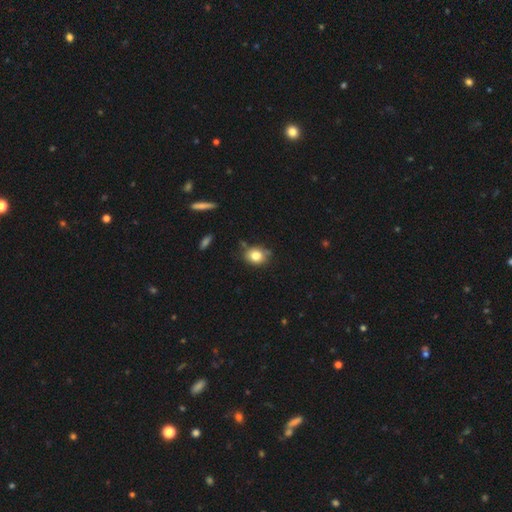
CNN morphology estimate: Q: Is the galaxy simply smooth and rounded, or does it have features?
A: smooth — 80%.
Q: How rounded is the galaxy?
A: round — 56%.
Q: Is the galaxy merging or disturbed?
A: none — 71%.